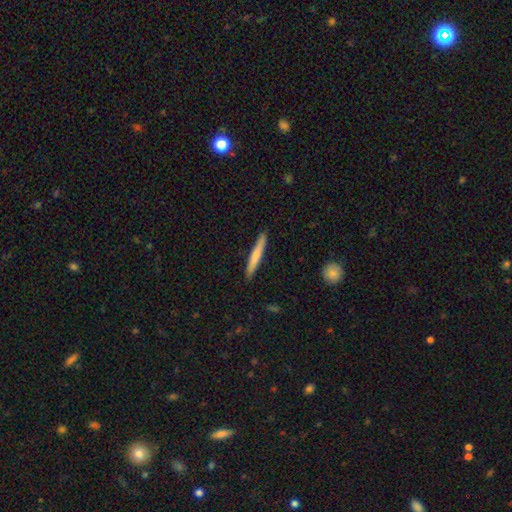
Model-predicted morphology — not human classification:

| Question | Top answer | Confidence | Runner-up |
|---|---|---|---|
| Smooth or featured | smooth | 71% | featured or disk (24%) |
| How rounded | cigar-shaped | 96% | in between (3%) |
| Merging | none | 90% | minor disturbance (7%) |